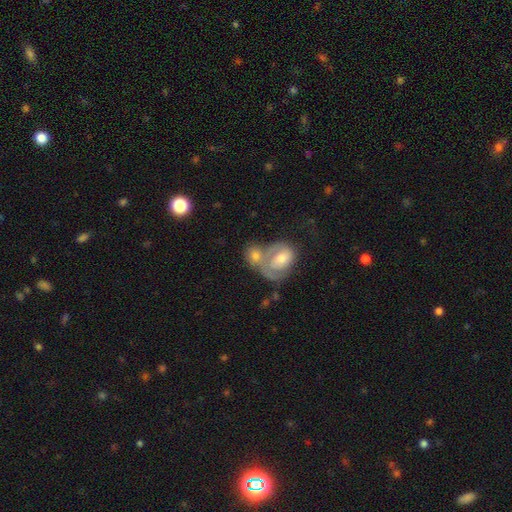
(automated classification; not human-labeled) smooth-or-featured: smooth: 59% | featured or disk: 33% | star or artifact: 8%
  how-rounded: in between: 51% | round: 47% | cigar-shaped: 2%
  merging: merger: 64% | none: 20% | minor disturbance: 8% | major disturbance: 8%